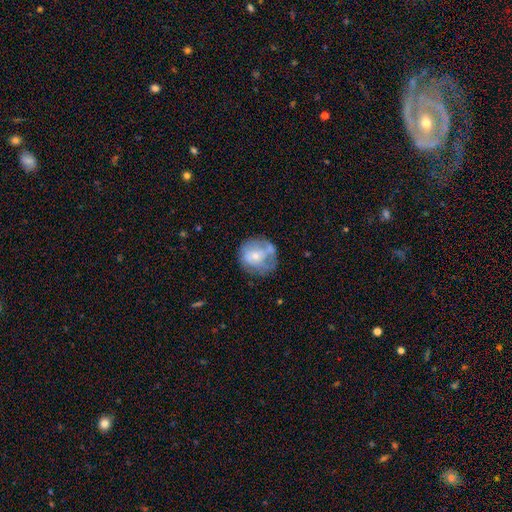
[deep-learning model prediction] This appears to be a featured or disk galaxy (47%). Merging: none (49%).